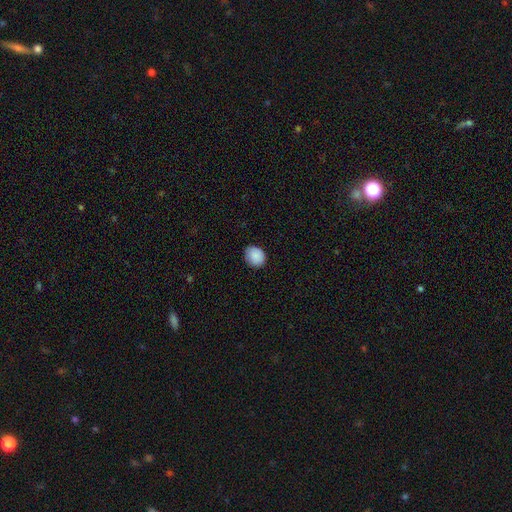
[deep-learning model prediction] A smooth galaxy with no disk features (88%) that is round (64%). Merging: none (84%).